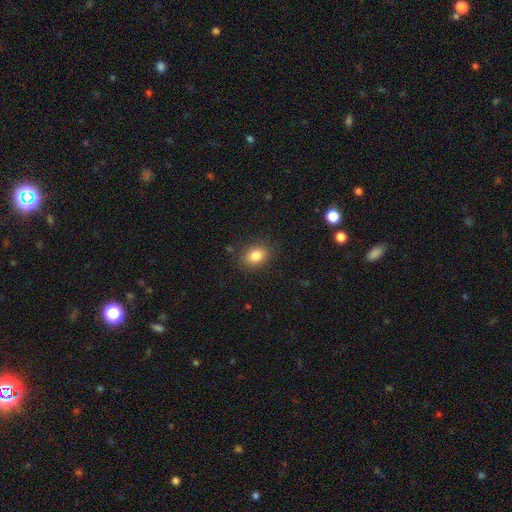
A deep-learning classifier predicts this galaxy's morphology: Smooth or featured? smooth (83%)
How rounded? in between (67%)
Merging? none (86%)